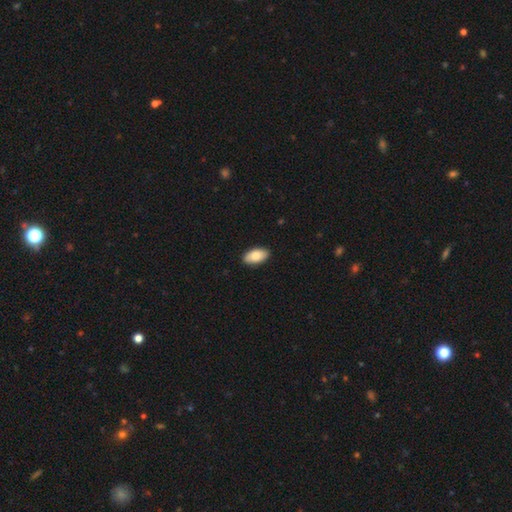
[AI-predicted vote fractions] smooth 85%, featured or disk 9%, star or artifact 6%. Down the decision tree: how rounded — in between (95%); merging — none (90%).